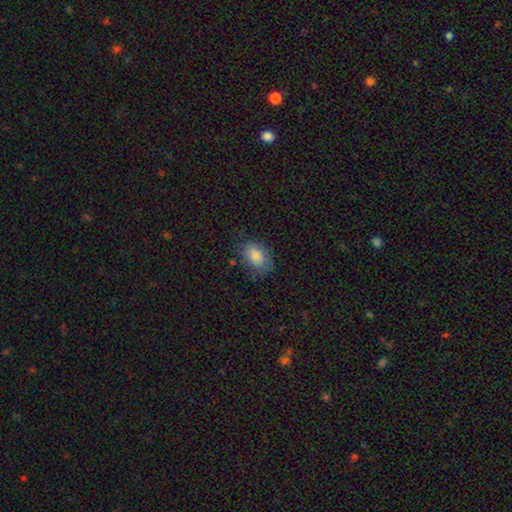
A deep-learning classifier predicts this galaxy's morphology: A smooth galaxy with no disk features (83%) that is in between round and cigar-shaped (83%). Merging: none (74%).